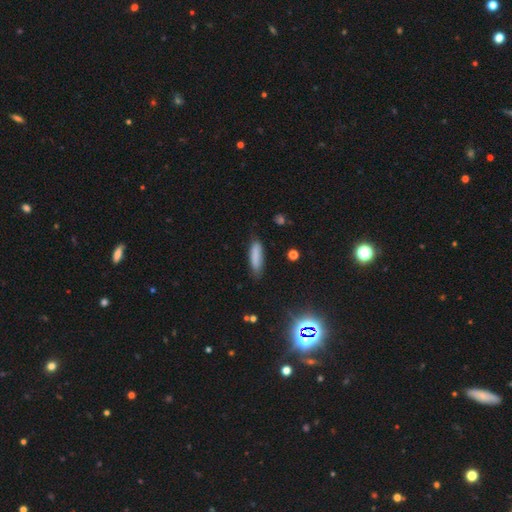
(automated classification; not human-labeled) Smooth or featured: smooth — 83% (featured or disk — 9%)
How rounded: cigar-shaped — 62% (in between — 36%)
Merging: none — 77% (minor disturbance — 18%)